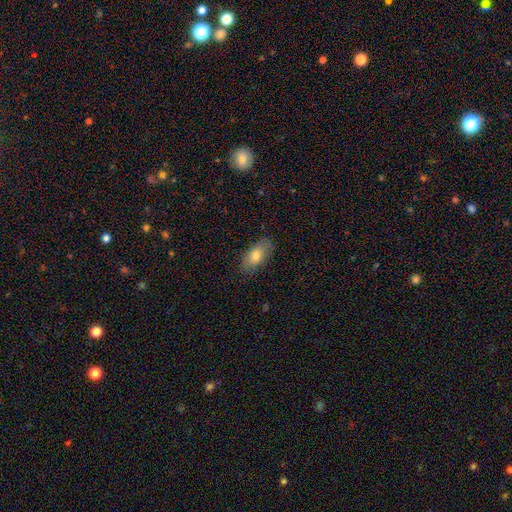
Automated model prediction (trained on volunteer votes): Morphology: type=smooth (77%); roundness=in between (89%); merging=none (82%).